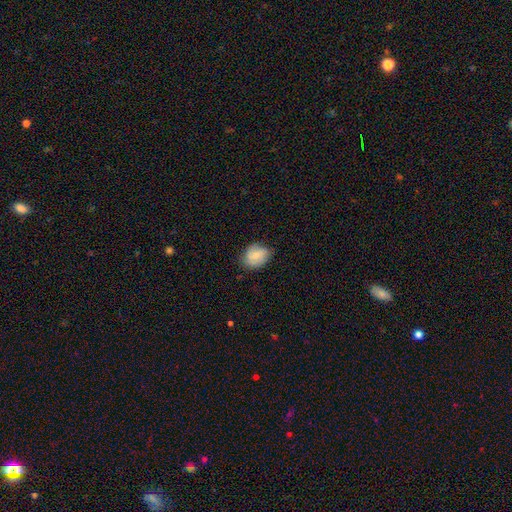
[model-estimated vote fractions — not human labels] Overall: smooth (70%). How rounded: in between (57%; round 42%). Merging: none (71%).